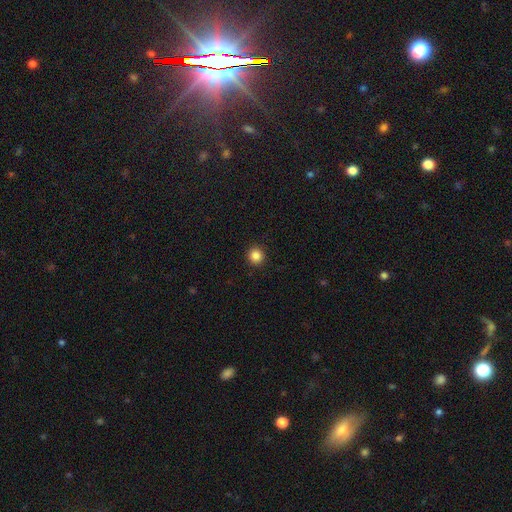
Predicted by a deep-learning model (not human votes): smooth 85%, star or artifact 11%, featured or disk 4%. Down the decision tree: how rounded — round (94%); merging — none (93%).